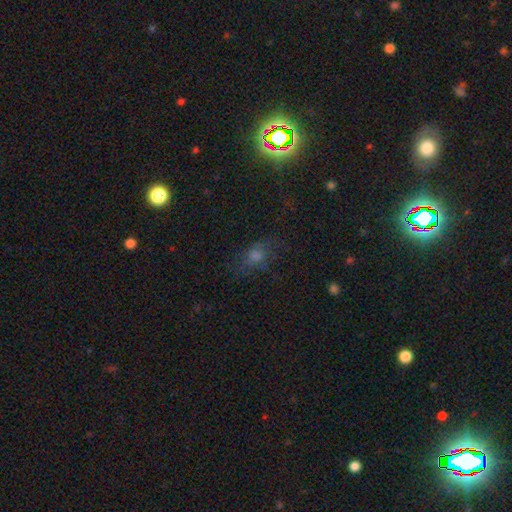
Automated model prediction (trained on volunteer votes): Smooth or featured: smooth — 44% (star or artifact — 34%)
Merging: none — 67% (minor disturbance — 19%)